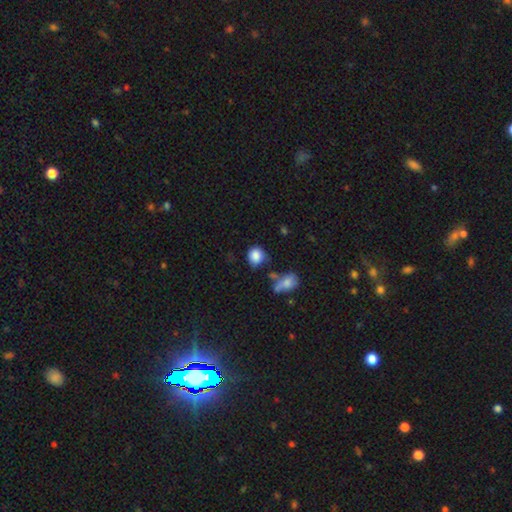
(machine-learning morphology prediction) smooth 85%, star or artifact 9%, featured or disk 6%. Down the decision tree: how rounded — round (75%); merging — none (59%).